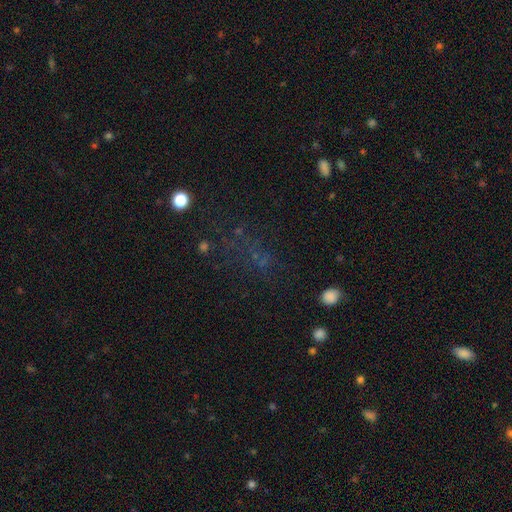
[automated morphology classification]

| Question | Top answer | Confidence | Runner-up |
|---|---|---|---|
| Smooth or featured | star or artifact | 48% | smooth (33%) |